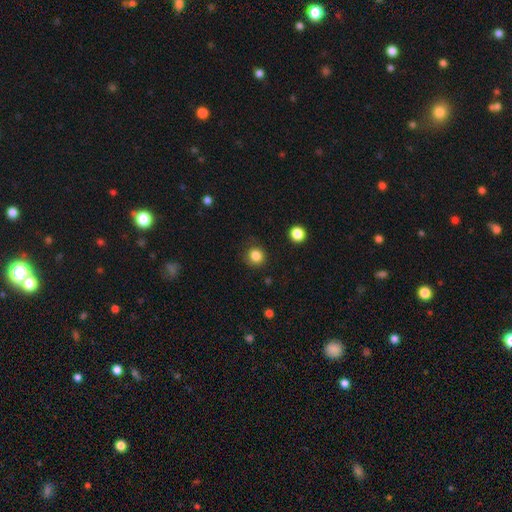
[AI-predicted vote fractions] smooth-or-featured: smooth: 84% | star or artifact: 11% | featured or disk: 4%
  how-rounded: round: 88% | in between: 11% | cigar-shaped: 1%
  merging: none: 82% | minor disturbance: 12% | major disturbance: 4% | merger: 1%